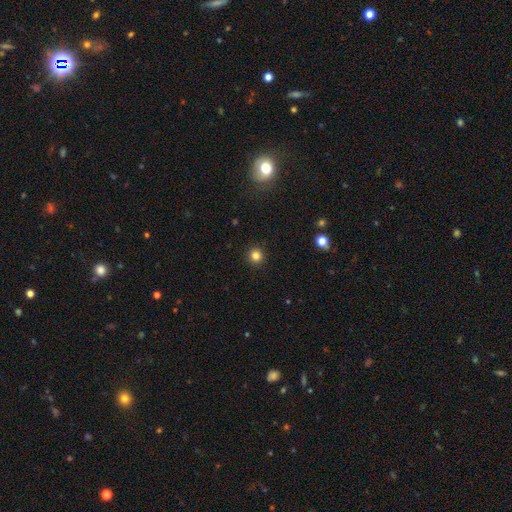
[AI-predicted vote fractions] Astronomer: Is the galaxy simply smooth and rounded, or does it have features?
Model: smooth — 82%.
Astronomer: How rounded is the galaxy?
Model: round — 94%.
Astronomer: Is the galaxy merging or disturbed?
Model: none — 93%.